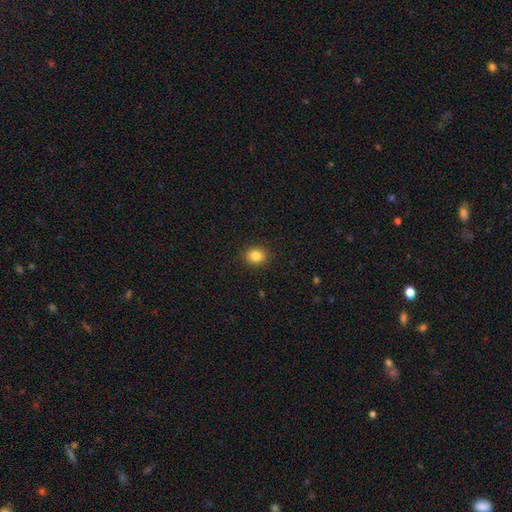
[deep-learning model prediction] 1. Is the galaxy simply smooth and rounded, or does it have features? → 84% smooth, 11% star or artifact, 5% featured or disk.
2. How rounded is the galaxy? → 71% round, 28% in between, 1% cigar-shaped.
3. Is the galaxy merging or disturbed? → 91% none, 6% minor disturbance, 2% major disturbance, 1% merger.